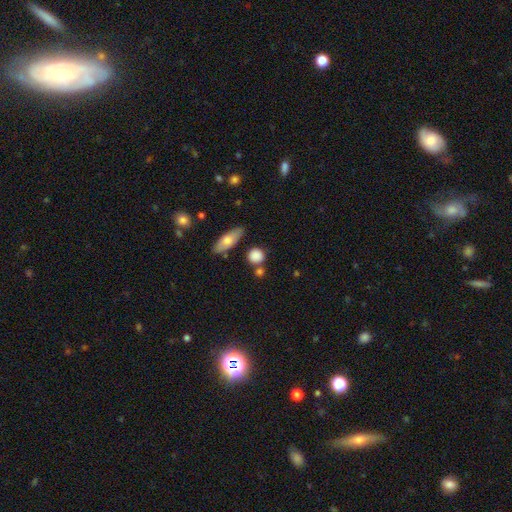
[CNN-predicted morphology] The model was most divided on "merging": none: 72%, minor disturbance: 12%, merger: 12%, major disturbance: 4%. More confident: smooth or featured — smooth (84%); how rounded — round (82%).